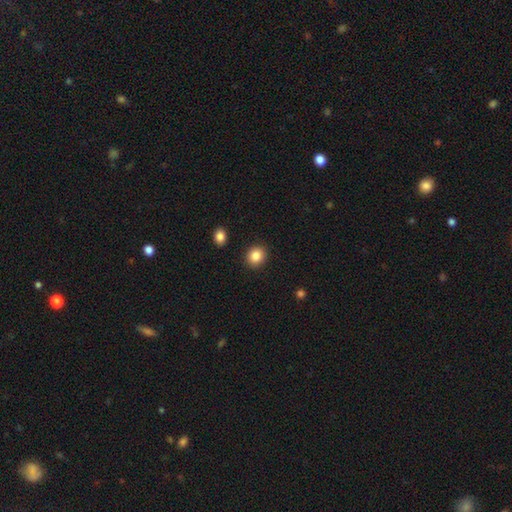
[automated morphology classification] This is clearly a smooth galaxy (86%). How rounded: likely round (75%). Merging: clearly none (90%).